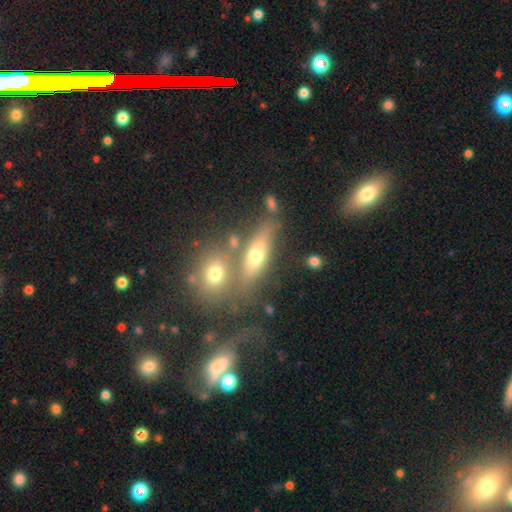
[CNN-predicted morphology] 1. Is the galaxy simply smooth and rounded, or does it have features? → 59% smooth, 29% featured or disk, 12% star or artifact.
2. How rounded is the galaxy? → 54% in between, 34% cigar-shaped, 12% round.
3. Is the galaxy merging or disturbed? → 53% none, 27% merger, 13% minor disturbance, 7% major disturbance.